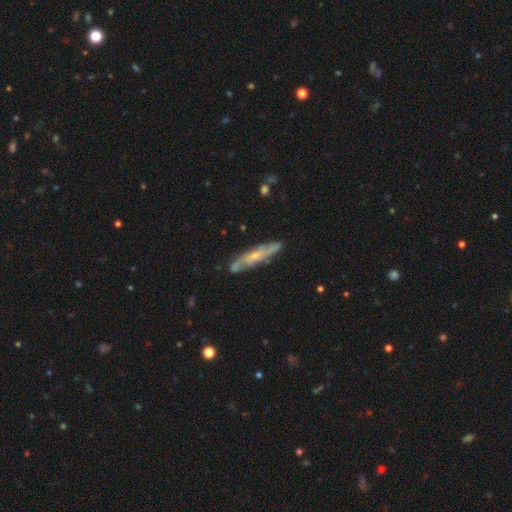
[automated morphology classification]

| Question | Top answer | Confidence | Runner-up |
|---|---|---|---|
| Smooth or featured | featured or disk | 63% | smooth (31%) |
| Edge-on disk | yes | 59% | no (41%) |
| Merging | none | 76% | minor disturbance (17%) |